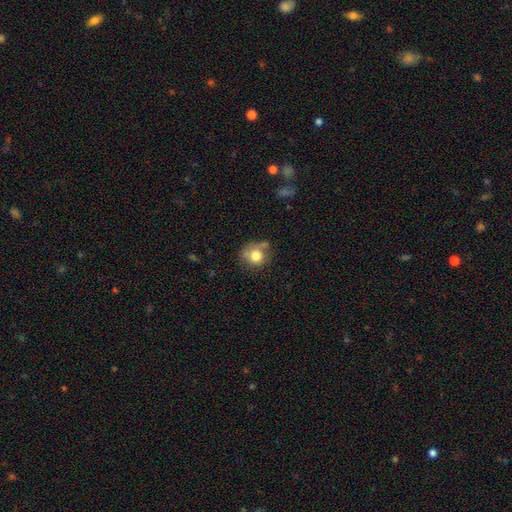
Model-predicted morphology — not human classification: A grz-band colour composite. It shows a smooth galaxy with no disk features (76%) that is round (82%). Merging: none (53%).